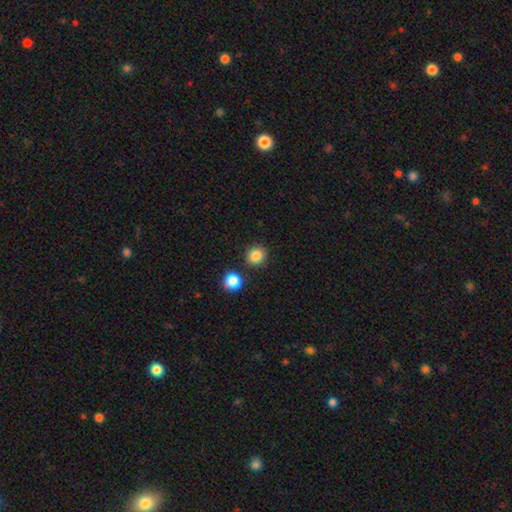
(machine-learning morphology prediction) smooth_or_featured: smooth (p=0.86) [alt: star or artifact p=0.10]
how_rounded: round (p=0.88) [alt: in between p=0.11]
merging: none (p=0.85) [alt: minor disturbance p=0.07]